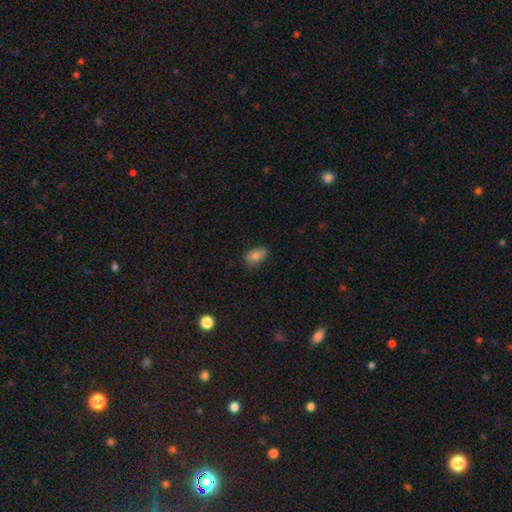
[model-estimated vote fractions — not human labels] A smooth galaxy with no disk features (80%) that is in between round and cigar-shaped (88%).

Vote fractions:
- Smooth or featured? smooth: 80% / featured or disk: 12% / star or artifact: 8%
- How rounded? in between: 88% / round: 10% / cigar-shaped: 2%
- Merging? none: 79% / minor disturbance: 17% / major disturbance: 3% / merger: 1%